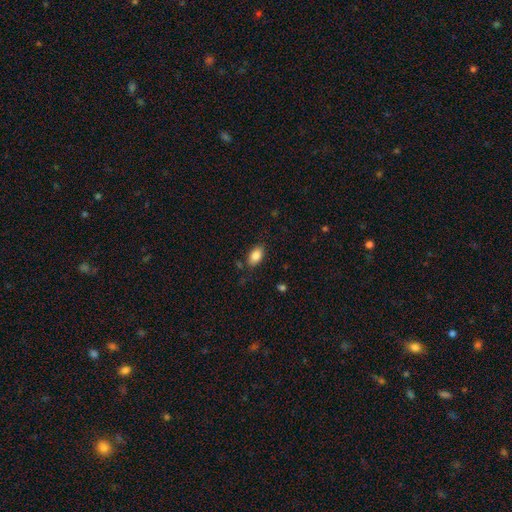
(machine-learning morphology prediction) A smooth galaxy with no disk features (86%) that is in between round and cigar-shaped (91%). Merging: none (82%).